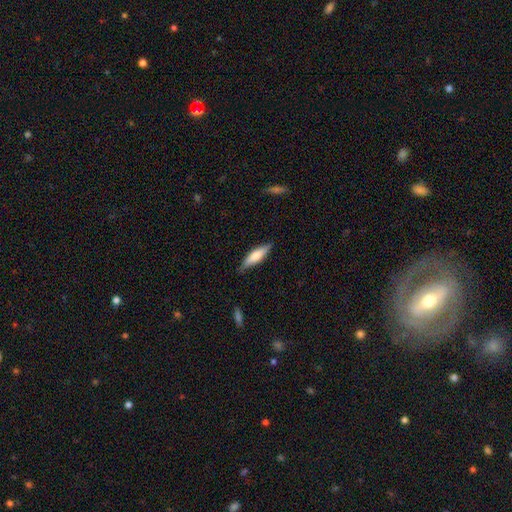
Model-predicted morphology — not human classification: A smooth galaxy with no disk features (62%) that is cigar-shaped (64%). Merging: none (81%).